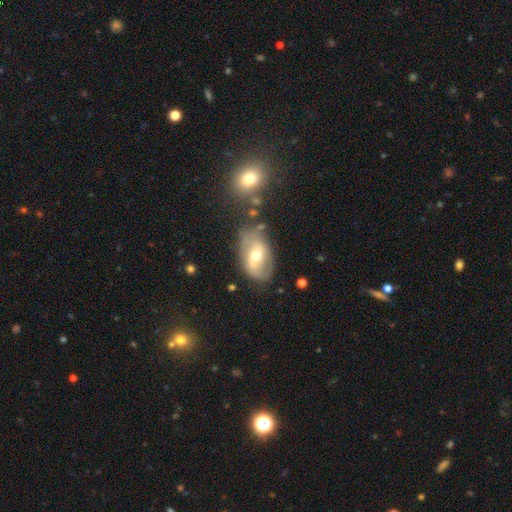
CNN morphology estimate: A featured or disk galaxy (57%) with no bar (49%), spiral arms (60%) and a moderate central bulge (68%).

Vote fractions:
- Smooth or featured? featured or disk: 57% / smooth: 35% / star or artifact: 8%
- Edge-on disk? no: 93% / yes: 7%
- Bar? no: 49% / weak: 36% / strong: 15%
- Spiral arms? yes: 60% / no: 40%
- Bulge size? moderate: 68% / small: 25% / large: 5% / none: 1% / dominant: 1%
- Merging? none: 62% / minor disturbance: 23% / major disturbance: 9% / merger: 6%